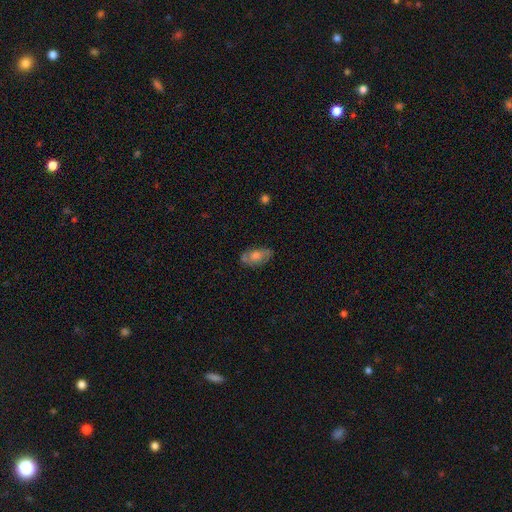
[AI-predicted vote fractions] smooth_or_featured: smooth (p=0.46) [alt: featured or disk p=0.44]
merging: none (p=0.76) [alt: minor disturbance p=0.18]